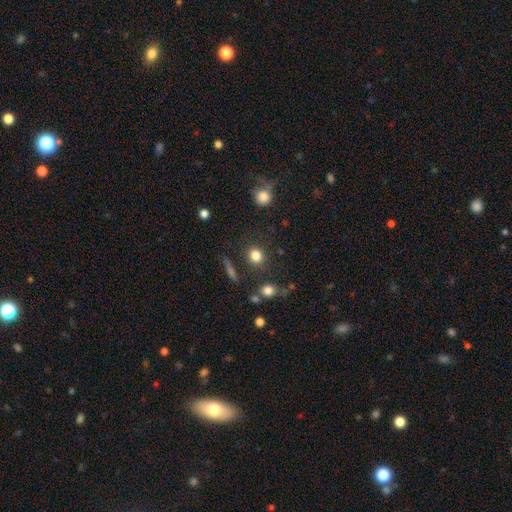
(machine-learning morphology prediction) Smooth or featured? smooth (82%)
How rounded? round (81%)
Merging? none (82%)